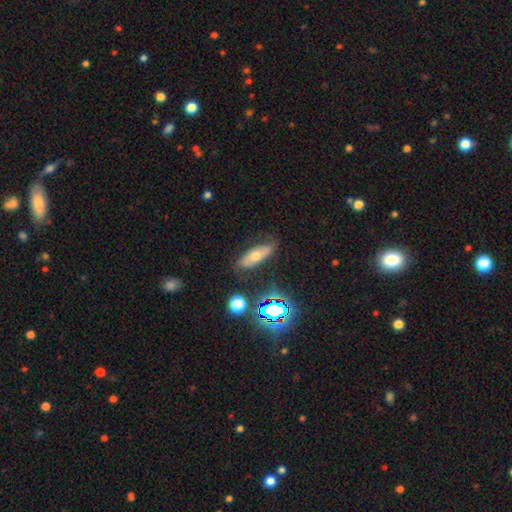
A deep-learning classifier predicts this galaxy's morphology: A smooth galaxy with no disk features (49%).

Vote fractions:
- Smooth or featured? smooth: 49% / featured or disk: 35% / star or artifact: 16%
- Merging? none: 75% / minor disturbance: 17% / major disturbance: 5% / merger: 2%